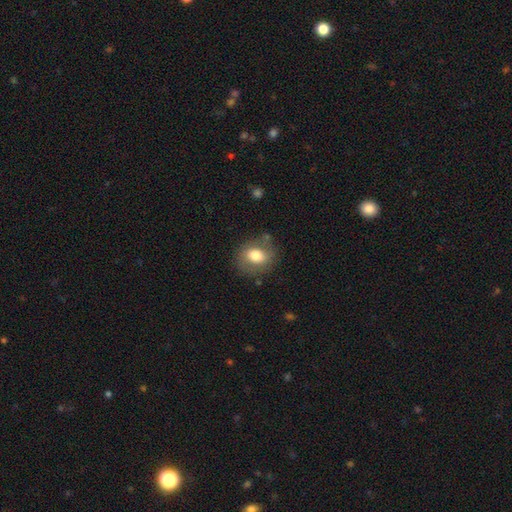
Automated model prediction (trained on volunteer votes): Smooth or featured?
  - smooth: 73% *
  - featured or disk: 19%
  - star or artifact: 8%
How rounded?
  - round: 53% *
  - in between: 46%
  - cigar-shaped: 1%
Merging?
  - none: 76% *
  - minor disturbance: 16%
  - major disturbance: 6%
  - merger: 3%